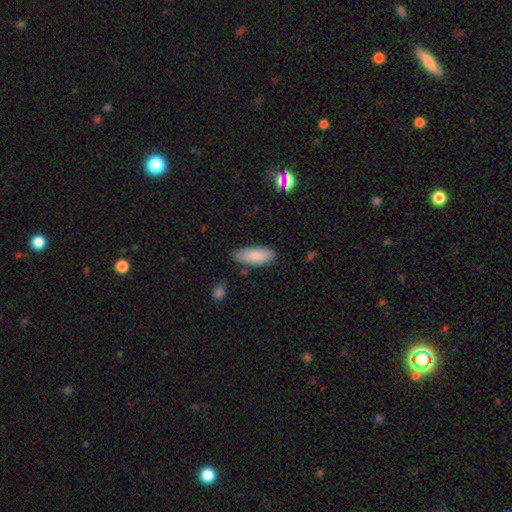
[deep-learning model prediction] This is clearly a smooth galaxy (85%). How rounded: clearly in between (81%). Merging: likely none (78%).